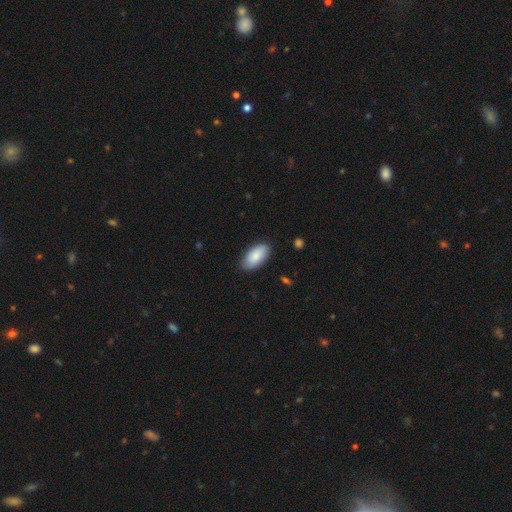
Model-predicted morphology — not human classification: Smooth or featured? smooth (86%)
How rounded? in between (95%)
Merging? none (85%)